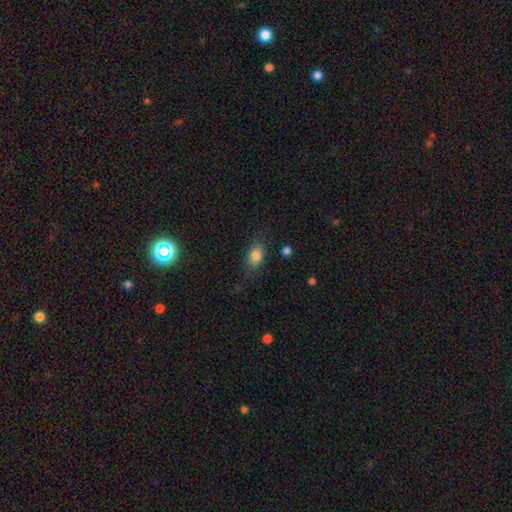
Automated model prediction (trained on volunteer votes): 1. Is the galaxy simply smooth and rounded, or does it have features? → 80% smooth, 11% featured or disk, 9% star or artifact.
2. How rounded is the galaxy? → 80% in between, 15% round, 5% cigar-shaped.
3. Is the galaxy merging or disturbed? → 72% none, 19% minor disturbance, 7% major disturbance, 2% merger.